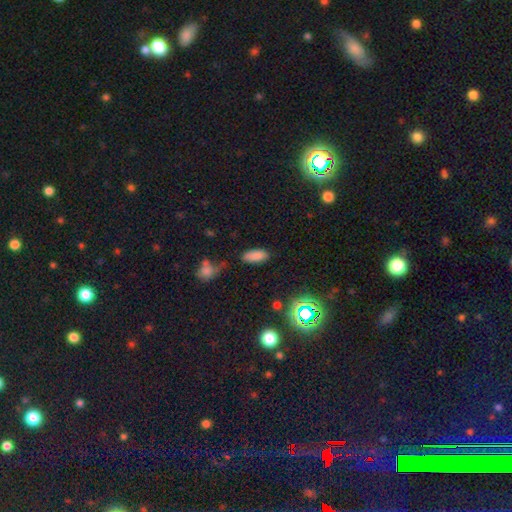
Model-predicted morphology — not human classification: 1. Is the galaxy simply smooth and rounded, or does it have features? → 81% smooth, 14% star or artifact, 5% featured or disk.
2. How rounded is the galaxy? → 83% in between, 15% cigar-shaped, 3% round.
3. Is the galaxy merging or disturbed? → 80% none, 13% minor disturbance, 4% major disturbance, 3% merger.